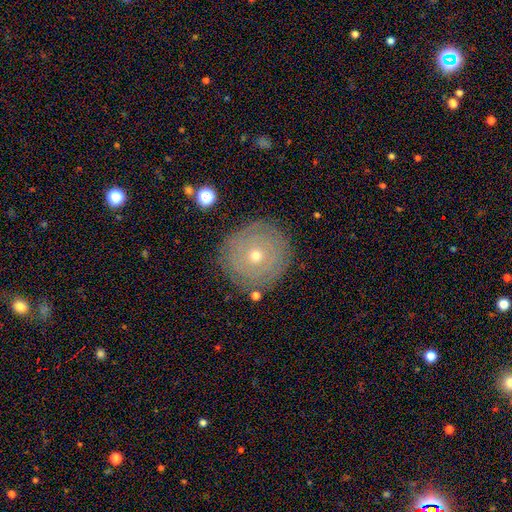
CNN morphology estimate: Overall: featured or disk (57%; smooth 33%). Edge-on disk: no (96%). Bar: no (88%). Spiral arms: yes (66%; no 34%). Bulge size: small (58%; moderate 39%). Merging: none (85%).